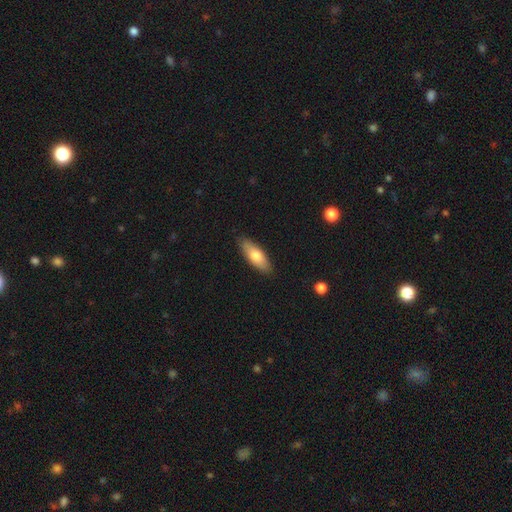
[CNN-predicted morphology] Smooth or featured: smooth — 72% (featured or disk — 23%)
How rounded: in between — 66% (cigar-shaped — 32%)
Merging: none — 87% (minor disturbance — 10%)